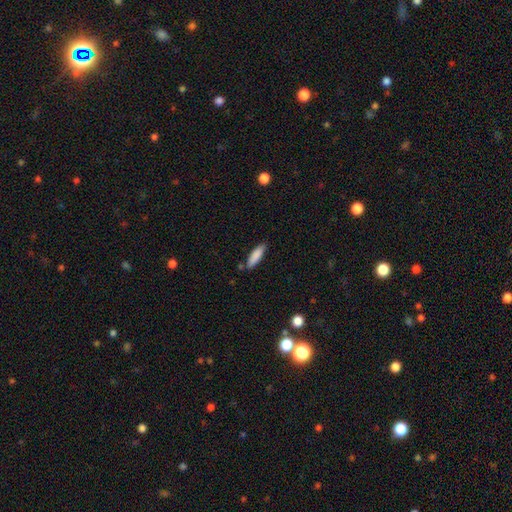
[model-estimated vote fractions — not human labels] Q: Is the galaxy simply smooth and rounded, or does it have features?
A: smooth — 86%.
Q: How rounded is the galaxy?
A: cigar-shaped — 61%.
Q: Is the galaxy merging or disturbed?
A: none — 80%.